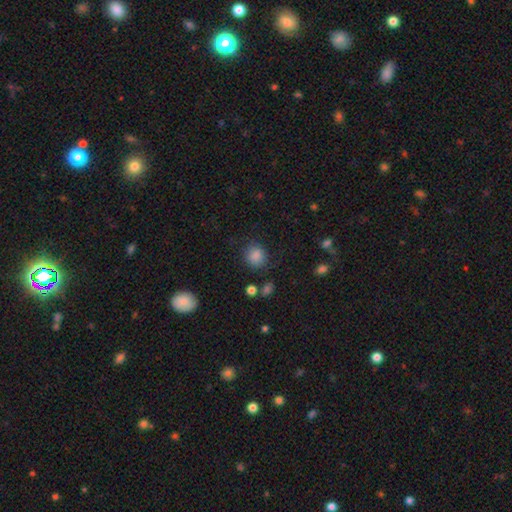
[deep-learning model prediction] This appears to be a smooth galaxy with no disk features (84%) that is round (80%). Merging: none (81%).